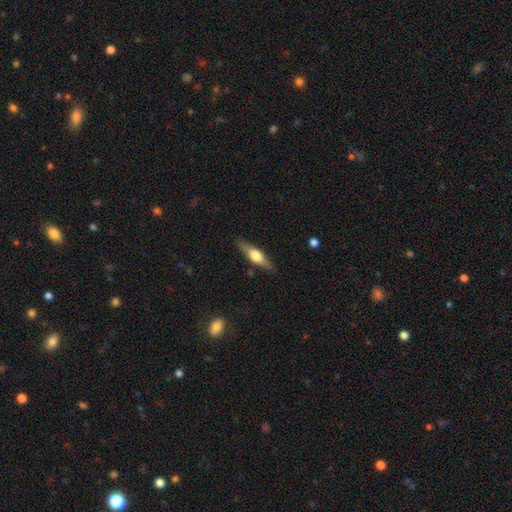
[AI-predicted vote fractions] This appears to be a featured or disk galaxy (54%) viewed edge-on (93%) with a rounded central bulge (91%). Merging: none (87%).